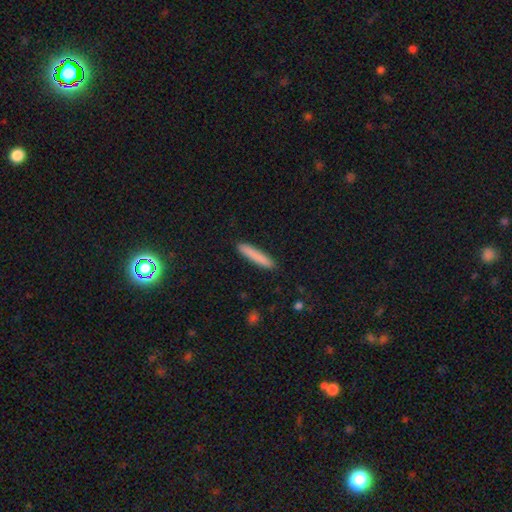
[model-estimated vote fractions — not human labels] Overall: smooth (84%). How rounded: cigar-shaped (93%). Merging: none (91%).